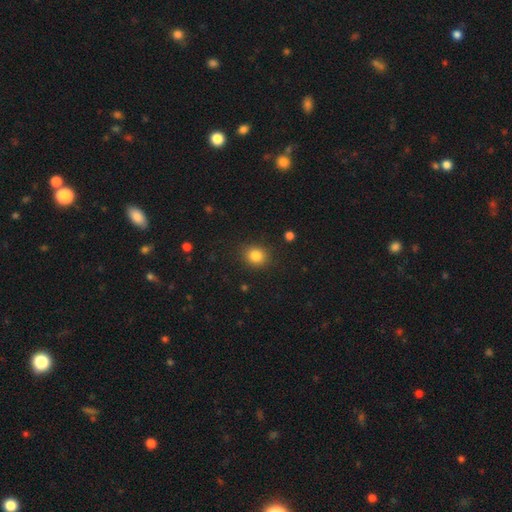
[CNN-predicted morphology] type=smooth (84%); roundness=round (72%); merging=none (87%).